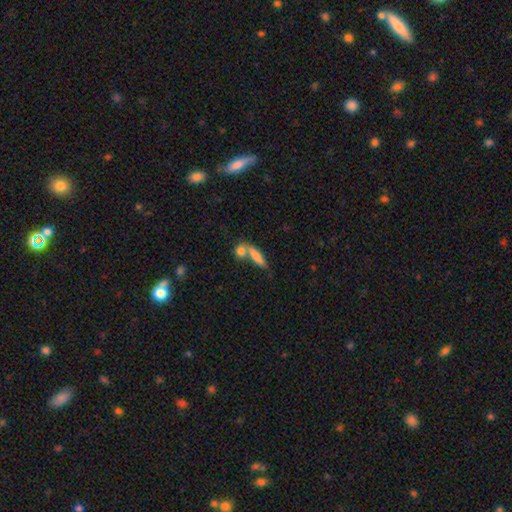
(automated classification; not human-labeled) This is likely a smooth galaxy (79%). How rounded: likely cigar-shaped (65%). Merging: possibly none (50%).